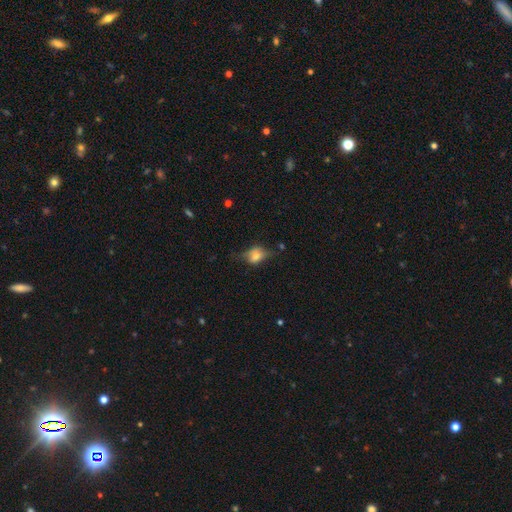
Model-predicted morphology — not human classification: Smooth or featured?
  - smooth: 52% *
  - featured or disk: 37%
  - star or artifact: 11%
How rounded?
  - in between: 63% *
  - round: 33%
  - cigar-shaped: 4%
Merging?
  - none: 53% *
  - minor disturbance: 29%
  - major disturbance: 15%
  - merger: 3%